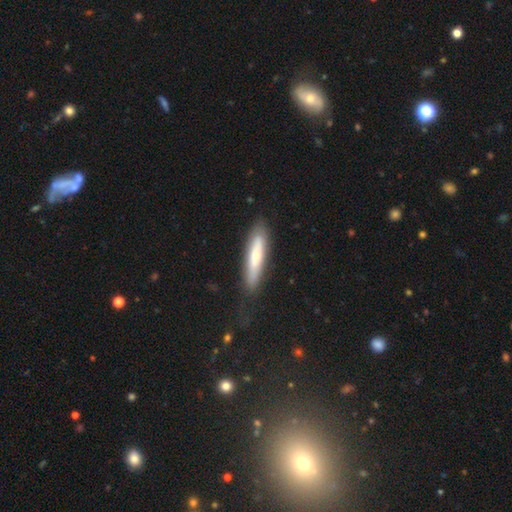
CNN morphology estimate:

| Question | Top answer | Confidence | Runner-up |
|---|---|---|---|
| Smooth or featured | smooth | 56% | featured or disk (38%) |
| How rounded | cigar-shaped | 80% | in between (18%) |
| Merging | none | 78% | minor disturbance (16%) |